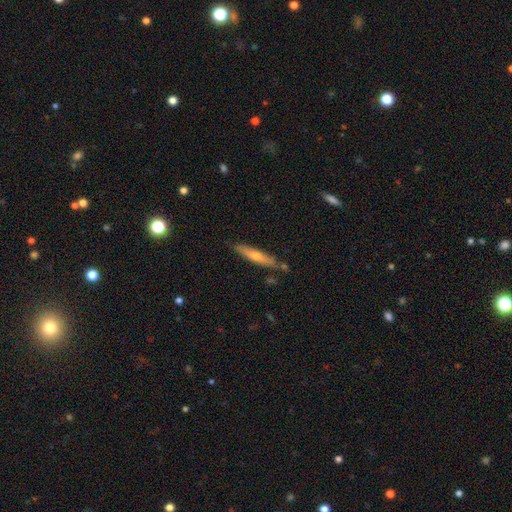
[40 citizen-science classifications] Smooth or featured? smooth (52%)
How rounded? cigar-shaped (90%)
Merging? none (53%)